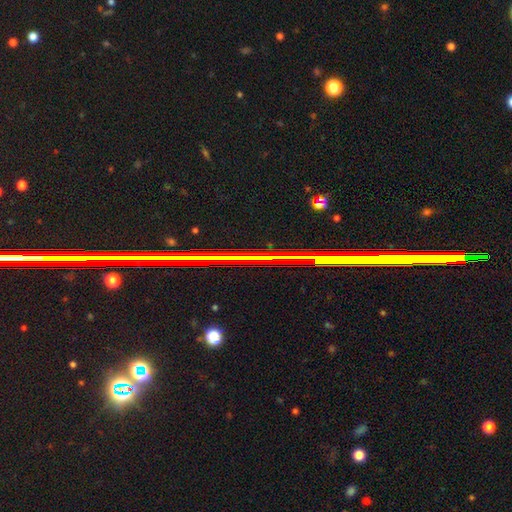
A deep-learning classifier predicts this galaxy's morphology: Q: Smooth or featured?
A: star or artifact (78%); runner-up: featured or disk (14%)